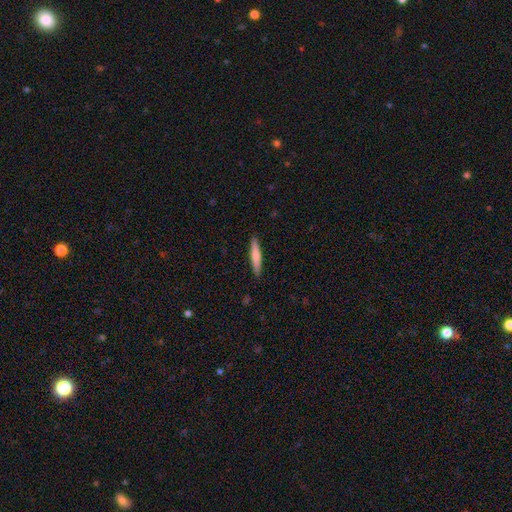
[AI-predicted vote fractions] A smooth galaxy with no disk features (72%) that is cigar-shaped (91%). Merging: none (91%).